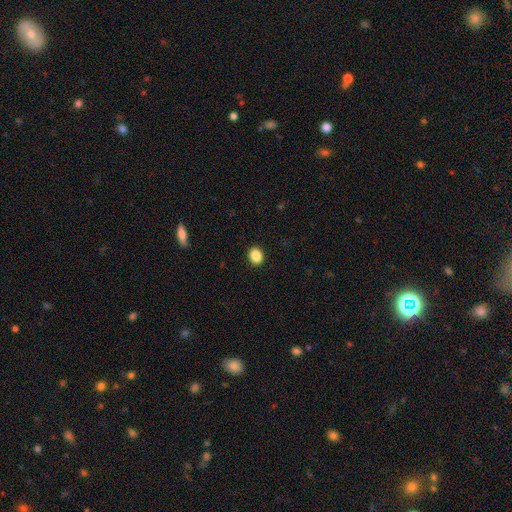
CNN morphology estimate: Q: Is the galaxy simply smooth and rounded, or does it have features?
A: smooth — 88%.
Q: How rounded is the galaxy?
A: round — 56%.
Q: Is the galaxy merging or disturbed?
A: none — 91%.